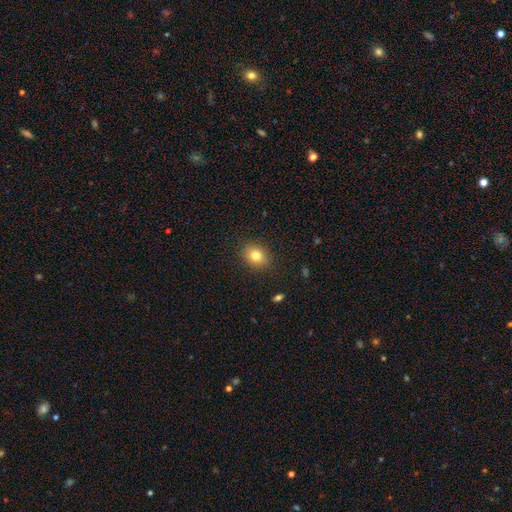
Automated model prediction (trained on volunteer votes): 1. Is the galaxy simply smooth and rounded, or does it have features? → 80% smooth, 11% star or artifact, 9% featured or disk.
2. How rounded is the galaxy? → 50% round, 49% in between, 1% cigar-shaped.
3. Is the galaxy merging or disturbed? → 88% none, 9% minor disturbance, 3% major disturbance, 1% merger.